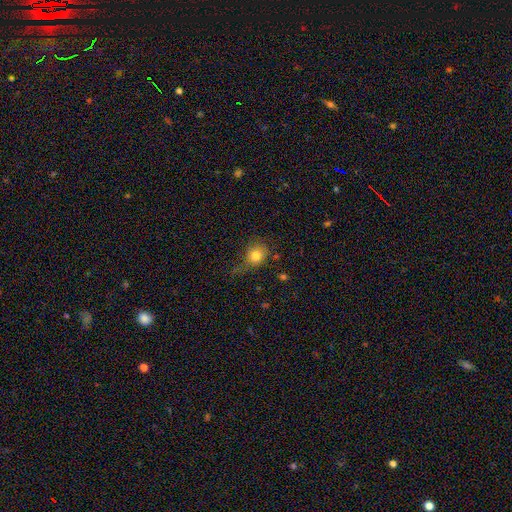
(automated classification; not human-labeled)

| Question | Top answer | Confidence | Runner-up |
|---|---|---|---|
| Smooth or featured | smooth | 79% | star or artifact (11%) |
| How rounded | round | 71% | in between (27%) |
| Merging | none | 48% | minor disturbance (29%) |